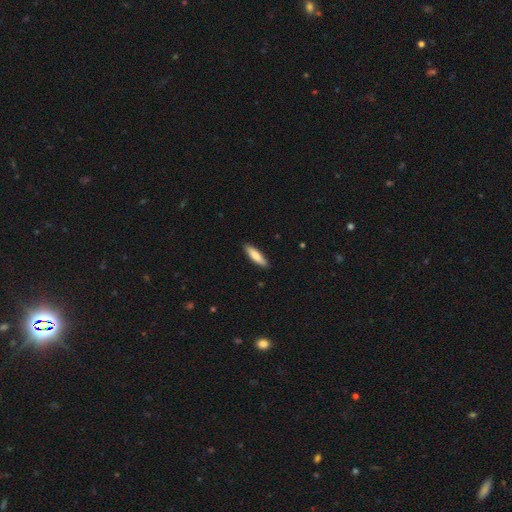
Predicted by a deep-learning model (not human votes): Smooth or featured: smooth — 81% (featured or disk — 14%)
How rounded: cigar-shaped — 69% (in between — 30%)
Merging: none — 89% (minor disturbance — 9%)